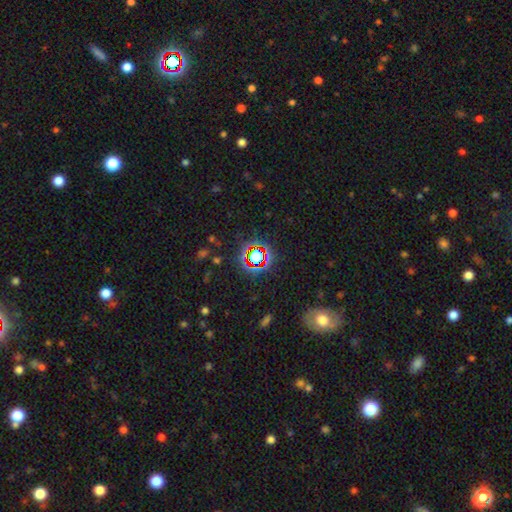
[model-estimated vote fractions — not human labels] Q: Smooth or featured?
A: star or artifact (72%); runner-up: smooth (18%)